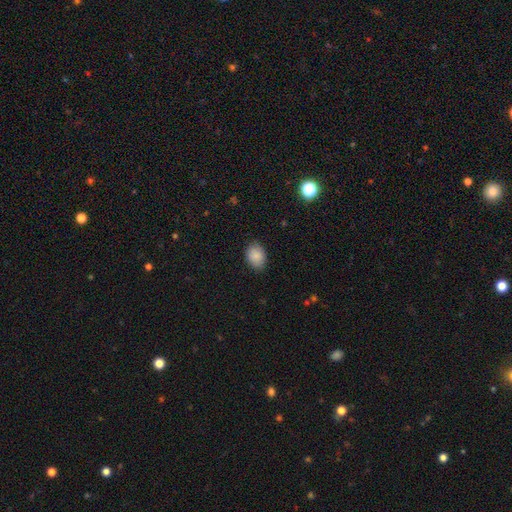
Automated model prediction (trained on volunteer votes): Smooth or featured?
  - smooth: 88% *
  - star or artifact: 7%
  - featured or disk: 4%
How rounded?
  - in between: 74% *
  - round: 25%
  - cigar-shaped: 1%
Merging?
  - none: 85% *
  - minor disturbance: 12%
  - major disturbance: 2%
  - merger: 1%